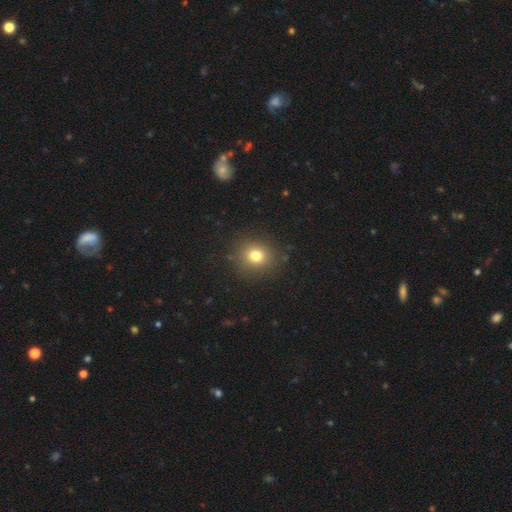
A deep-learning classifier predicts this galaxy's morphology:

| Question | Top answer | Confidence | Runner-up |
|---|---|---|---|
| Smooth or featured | smooth | 77% | star or artifact (15%) |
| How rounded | round | 84% | in between (15%) |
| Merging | none | 88% | minor disturbance (7%) |